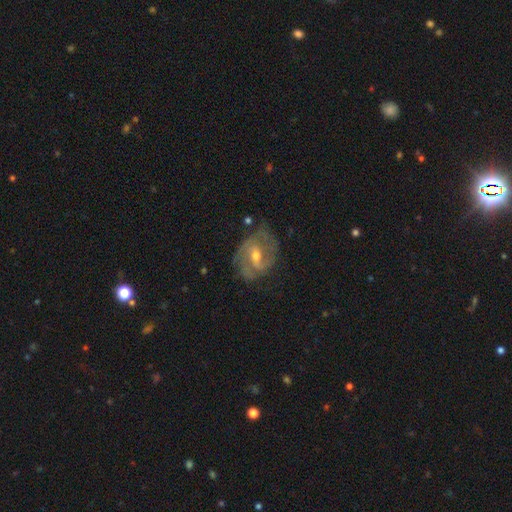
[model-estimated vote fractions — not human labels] This is clearly a featured or disk galaxy (84%). It is clearly not viewed edge-on (97%). Bar: possibly weak (53%). Spiral arm pattern: clearly yes (93%). Spiral arm count: possibly 2 (59%). Spiral winding: possibly medium (48%). Central bulge: possibly moderate (58%). Merging: likely none (65%).